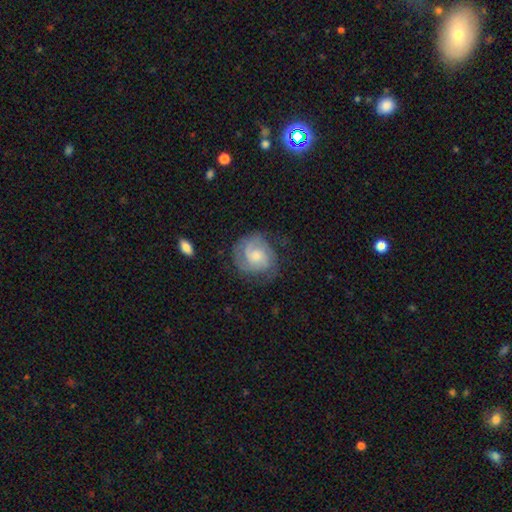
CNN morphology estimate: featured or disk 76%, smooth 17%, star or artifact 6%. Down the decision tree: edge-on disk — no (98%); bar — no (62%); spiral arms — yes (95%); spiral arm count — 2 (57%); spiral winding — tight (50%); bulge size — small (46%); merging — none (69%).